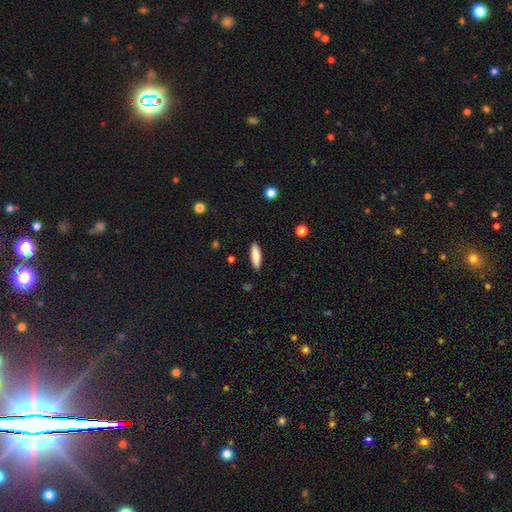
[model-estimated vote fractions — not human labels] smooth 82%, featured or disk 11%, star or artifact 6%. Down the decision tree: how rounded — cigar-shaped (63%); merging — none (89%).